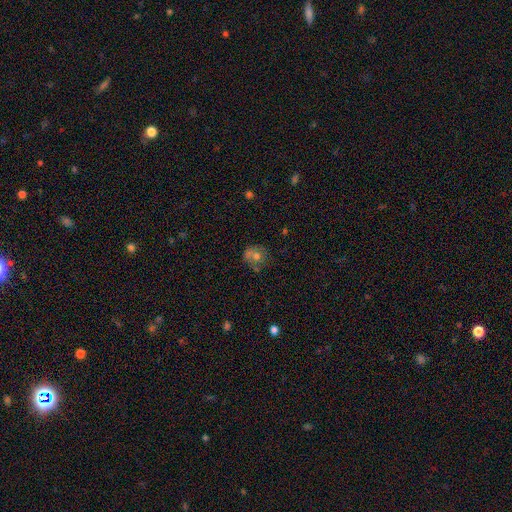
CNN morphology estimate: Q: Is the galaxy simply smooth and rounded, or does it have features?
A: smooth — 60%.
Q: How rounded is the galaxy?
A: round — 79%.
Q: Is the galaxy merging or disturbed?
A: none — 50%.